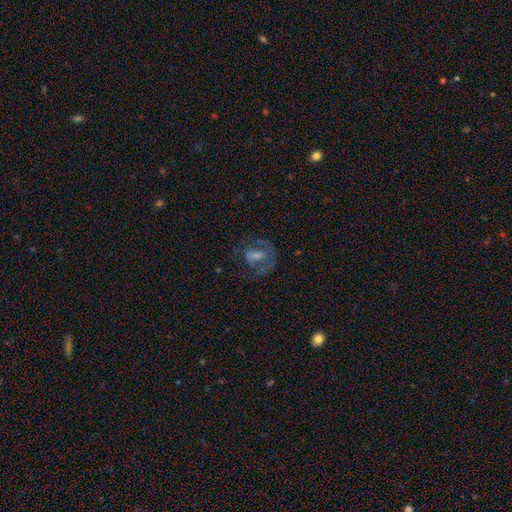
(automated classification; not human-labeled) Smooth or featured? featured or disk (59%)
Edge-on disk? no (95%)
Bar? no (45%)
Spiral arms? yes (54%)
Bulge size? moderate (37%)
Merging? none (56%)